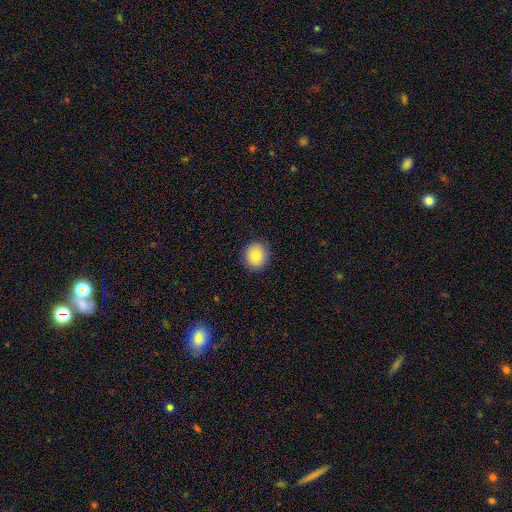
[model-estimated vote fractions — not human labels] A smooth galaxy with no disk features (85%) that is round (89%). Merging: none (89%).